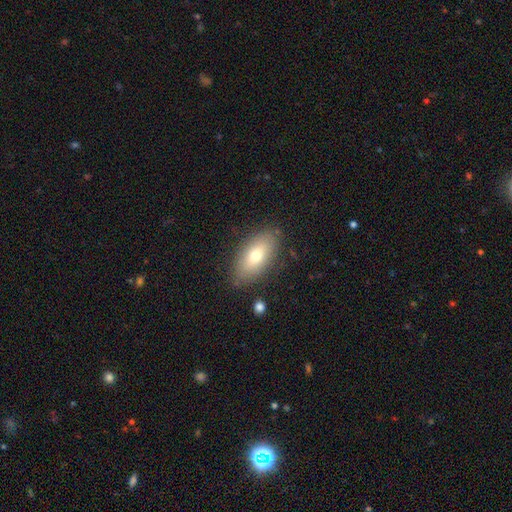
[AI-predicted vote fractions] smooth 70%, featured or disk 22%, star or artifact 8%. Down the decision tree: how rounded — in between (88%); merging — none (85%).